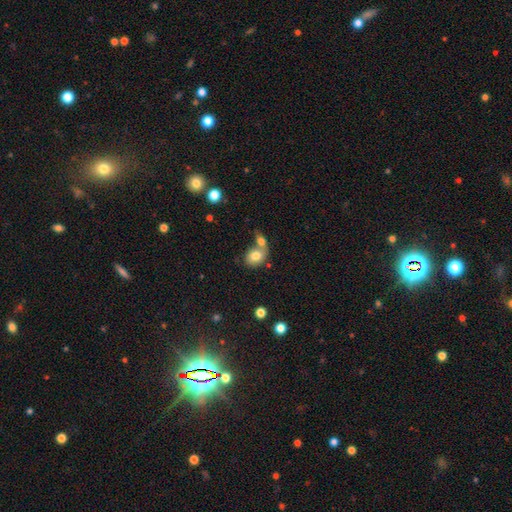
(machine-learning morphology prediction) Smooth or featured?
  - smooth: 78% *
  - featured or disk: 14%
  - star or artifact: 8%
How rounded?
  - in between: 56% *
  - round: 43%
  - cigar-shaped: 1%
Merging?
  - merger: 53% *
  - none: 32%
  - minor disturbance: 10%
  - major disturbance: 5%